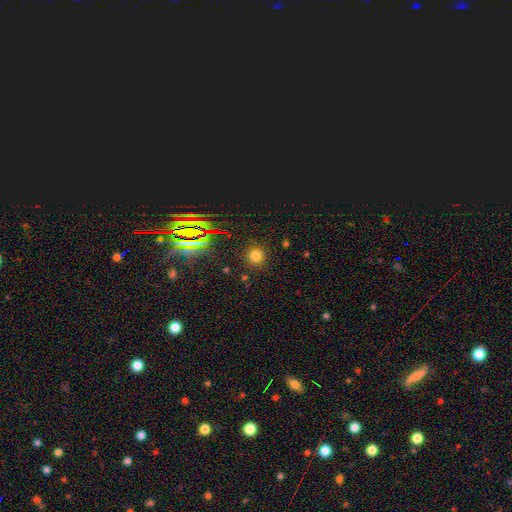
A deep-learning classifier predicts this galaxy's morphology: This is likely a smooth galaxy (71%). How rounded: clearly round (92%). Merging: clearly none (87%).